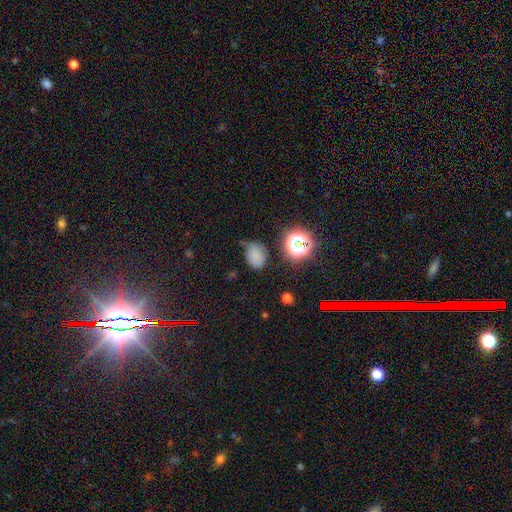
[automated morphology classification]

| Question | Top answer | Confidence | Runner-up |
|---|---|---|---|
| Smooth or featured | smooth | 71% | star or artifact (20%) |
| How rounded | in between | 69% | round (30%) |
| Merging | none | 57% | minor disturbance (30%) |